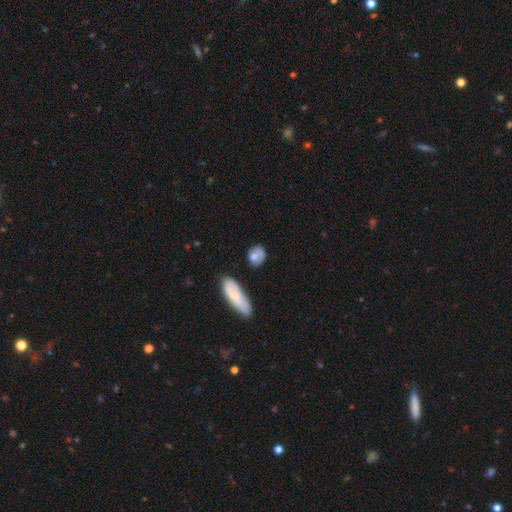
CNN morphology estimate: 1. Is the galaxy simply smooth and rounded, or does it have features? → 77% smooth, 16% featured or disk, 8% star or artifact.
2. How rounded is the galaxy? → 57% in between, 38% round, 5% cigar-shaped.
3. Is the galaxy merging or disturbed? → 67% none, 22% minor disturbance, 6% major disturbance, 5% merger.